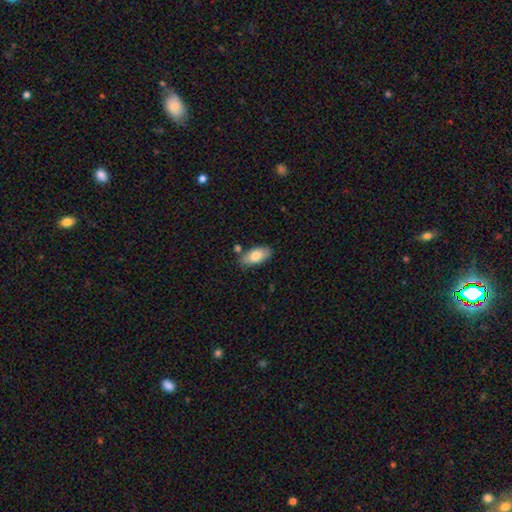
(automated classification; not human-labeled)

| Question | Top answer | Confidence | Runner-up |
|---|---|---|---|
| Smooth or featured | smooth | 78% | featured or disk (15%) |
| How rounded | in between | 91% | cigar-shaped (6%) |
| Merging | none | 74% | minor disturbance (16%) |